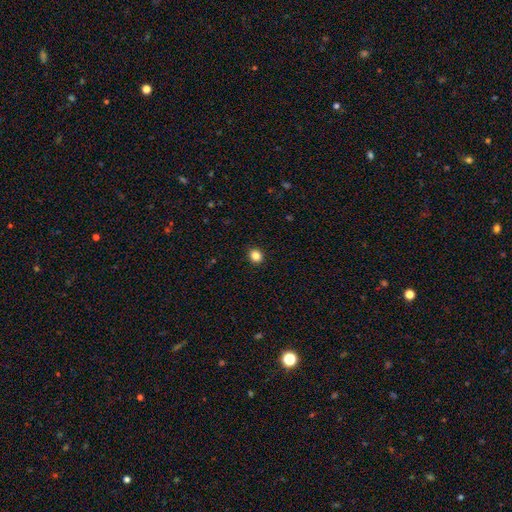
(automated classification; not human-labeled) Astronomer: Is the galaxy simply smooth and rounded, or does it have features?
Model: smooth — 85%.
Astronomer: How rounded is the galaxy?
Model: round — 76%.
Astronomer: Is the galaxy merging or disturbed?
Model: none — 92%.